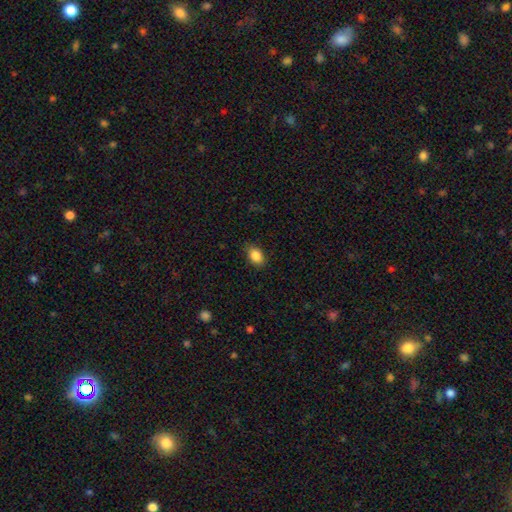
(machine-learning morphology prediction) A smooth galaxy with no disk features (87%) that is in between round and cigar-shaped (75%). Merging: none (82%).